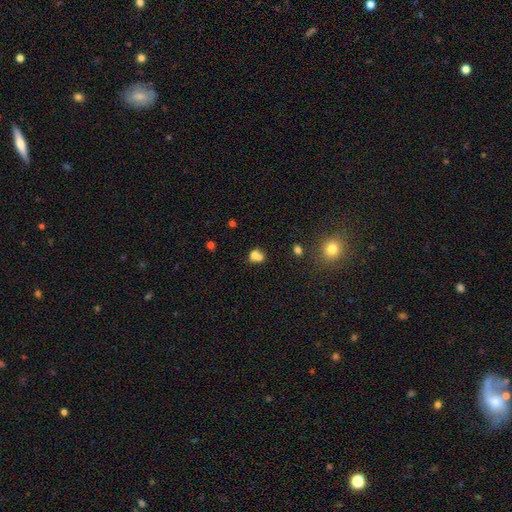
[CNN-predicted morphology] Smooth or featured? Predicted: smooth (p=0.70). How rounded? Predicted: round (p=0.58). Merging? Predicted: merger (p=0.59).